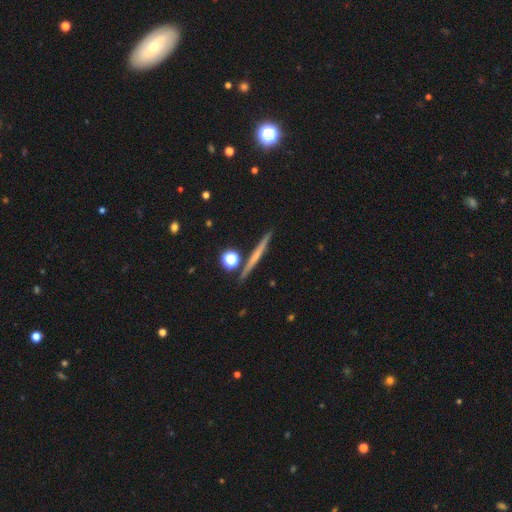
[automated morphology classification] featured or disk 52%, smooth 39%, star or artifact 9%. Down the decision tree: edge-on disk — yes (97%); edge-on bulge — none (75%); merging — none (88%).